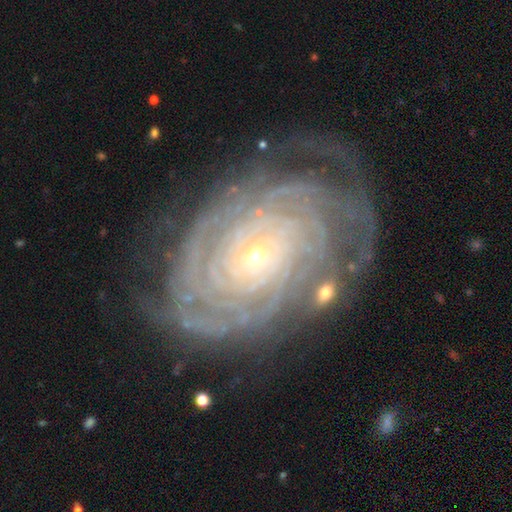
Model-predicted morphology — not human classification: smooth_or_featured: featured or disk (p=0.90) [alt: star or artifact p=0.05]
disk_edge_on: no (p=0.97) [alt: yes p=0.03]
bar: no (p=0.75) [alt: weak p=0.17]
has_spiral_arms: yes (p=0.98) [alt: no p=0.02]
spiral_winding: tight (p=0.87) [alt: medium p=0.11]
spiral_arm_count: more than 4 (p=0.26) [alt: can't tell p=0.25]
bulge_size: small (p=0.81) [alt: moderate p=0.15]
merging: none (p=0.71) [alt: minor disturbance p=0.18]